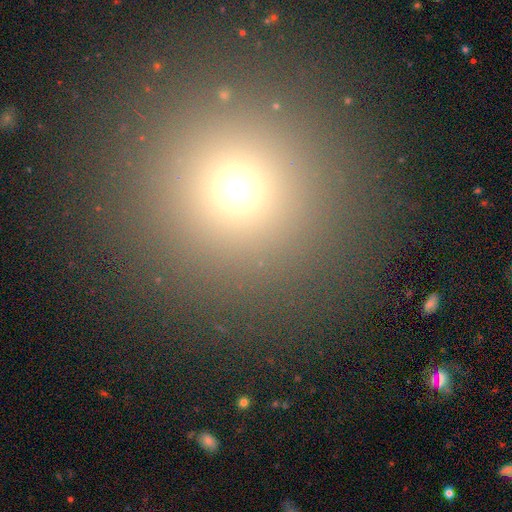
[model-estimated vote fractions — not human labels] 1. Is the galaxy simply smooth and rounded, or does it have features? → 66% smooth, 26% star or artifact, 8% featured or disk.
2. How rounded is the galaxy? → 95% round, 4% in between, 1% cigar-shaped.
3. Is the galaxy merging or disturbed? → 89% none, 5% minor disturbance, 3% major disturbance, 2% merger.